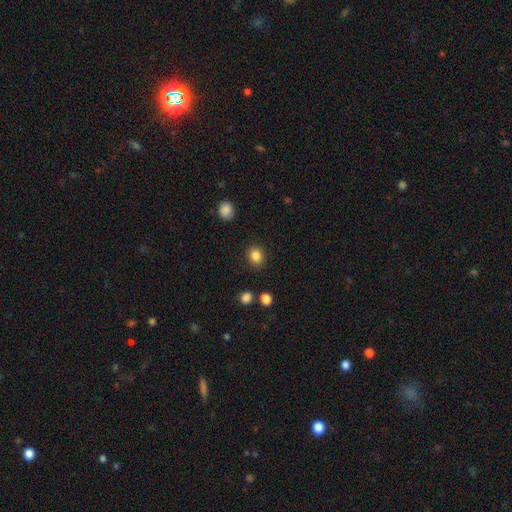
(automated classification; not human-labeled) smooth 85%, star or artifact 10%, featured or disk 4%. Down the decision tree: how rounded — round (69%); merging — none (89%).